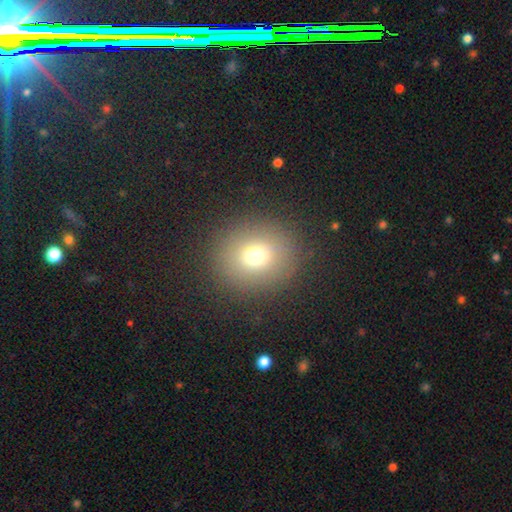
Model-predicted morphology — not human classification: A smooth galaxy with no disk features (72%) that is round (85%).

Vote fractions:
- Smooth or featured? smooth: 72% / star or artifact: 16% / featured or disk: 12%
- How rounded? round: 85% / in between: 14% / cigar-shaped: 1%
- Merging? none: 89% / minor disturbance: 7% / major disturbance: 4% / merger: 1%